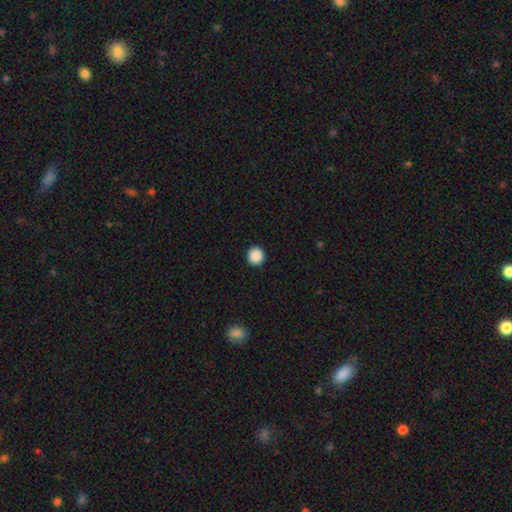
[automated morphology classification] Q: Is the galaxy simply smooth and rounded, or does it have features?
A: smooth — 89%.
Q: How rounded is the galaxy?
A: round — 94%.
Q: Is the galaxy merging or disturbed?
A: none — 93%.